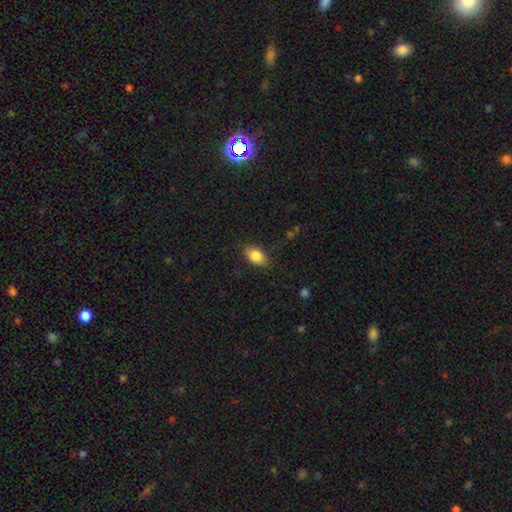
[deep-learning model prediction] smooth_or_featured: smooth (p=0.84) [alt: featured or disk p=0.08]
how_rounded: in between (p=0.89) [alt: round p=0.07]
merging: none (p=0.84) [alt: minor disturbance p=0.12]